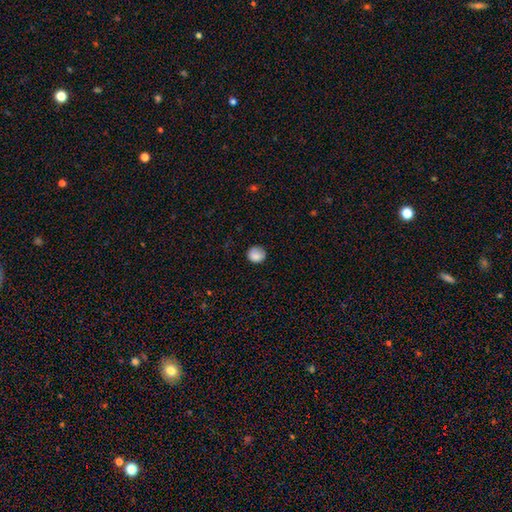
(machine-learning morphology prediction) Smooth or featured? Predicted: smooth (p=0.86). How rounded? Predicted: round (p=0.86). Merging? Predicted: none (p=0.79).